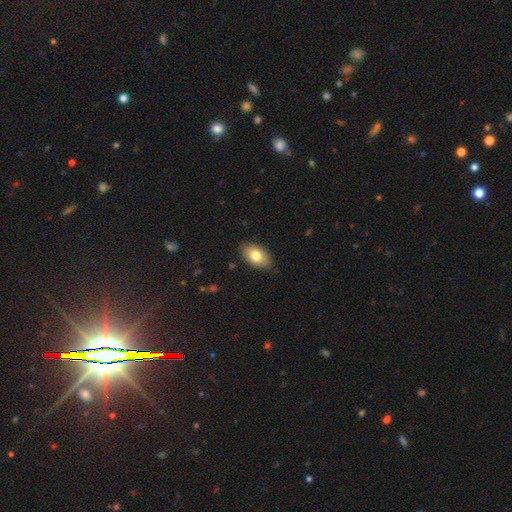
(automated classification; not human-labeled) Morphology: type=smooth (79%); roundness=in between (93%); merging=none (85%).